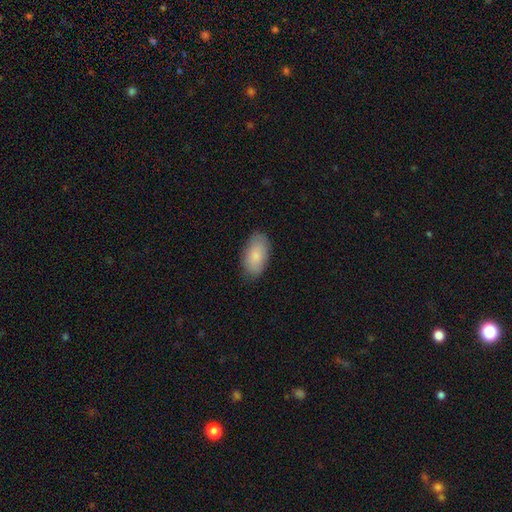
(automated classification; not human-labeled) smooth-or-featured: smooth: 85% | featured or disk: 9% | star or artifact: 6%
  how-rounded: in between: 94% | round: 4% | cigar-shaped: 2%
  merging: none: 84% | minor disturbance: 12% | major disturbance: 3% | merger: 1%